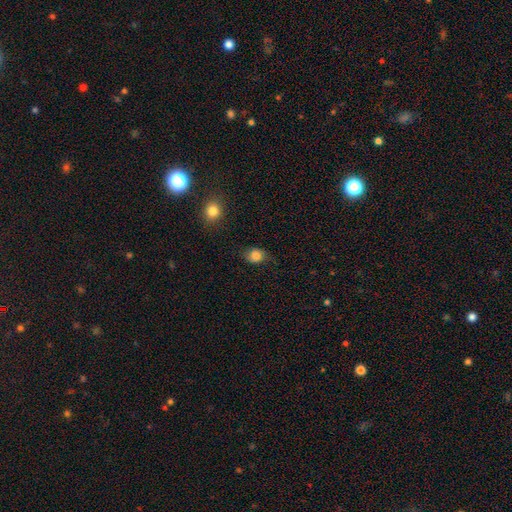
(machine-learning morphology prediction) smooth 80%, featured or disk 10%, star or artifact 10%. Down the decision tree: how rounded — round (53%); merging — none (67%).